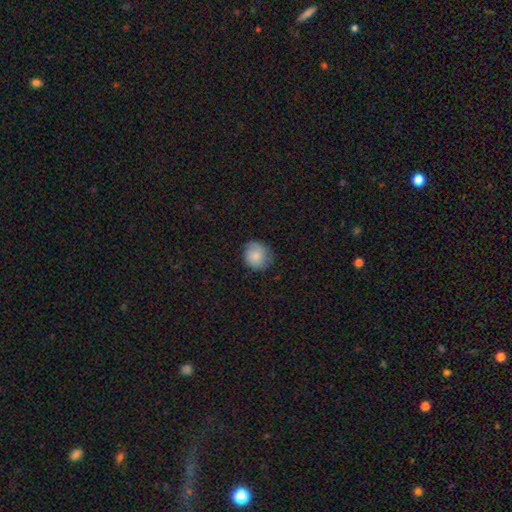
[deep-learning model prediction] A smooth galaxy with no disk features (82%) that is round (83%). Merging: none (73%).